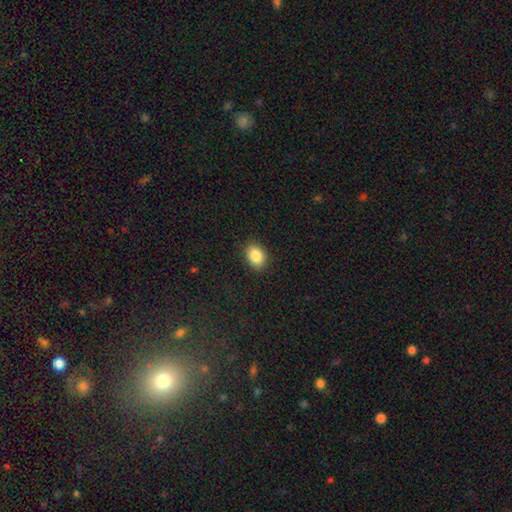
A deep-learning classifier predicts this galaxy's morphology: A smooth galaxy with no disk features (87%) that is in between round and cigar-shaped (76%).

Vote fractions:
- Smooth or featured? smooth: 87% / star or artifact: 8% / featured or disk: 5%
- How rounded? in between: 76% / round: 23% / cigar-shaped: 1%
- Merging? none: 88% / minor disturbance: 9% / major disturbance: 2% / merger: 1%